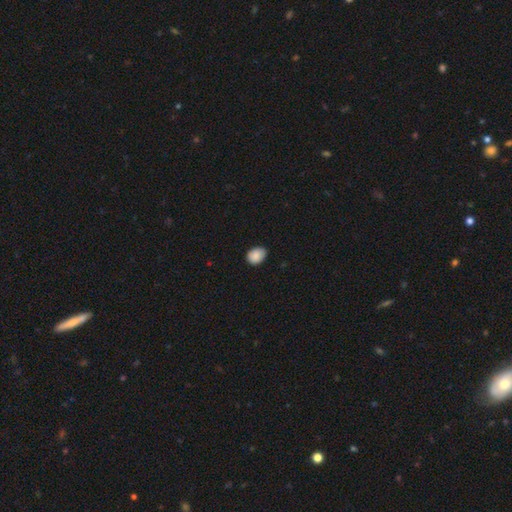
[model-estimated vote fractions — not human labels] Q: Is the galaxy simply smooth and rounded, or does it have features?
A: smooth — 89%.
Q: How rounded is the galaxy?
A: in between — 65%.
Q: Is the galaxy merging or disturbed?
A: none — 81%.